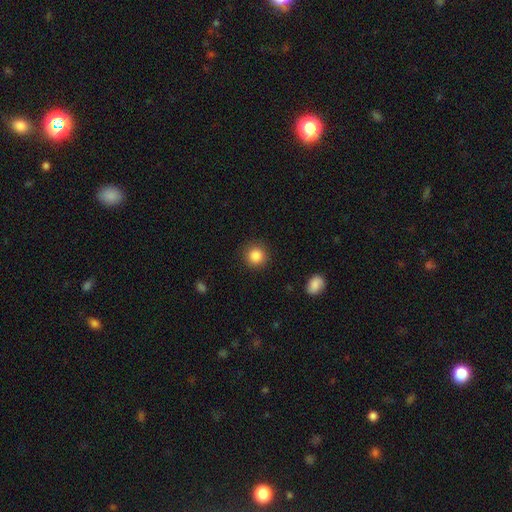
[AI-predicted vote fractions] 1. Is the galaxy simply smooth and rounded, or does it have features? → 86% smooth, 10% star or artifact, 4% featured or disk.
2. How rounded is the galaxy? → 93% round, 6% in between, 1% cigar-shaped.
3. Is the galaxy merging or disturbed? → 90% none, 7% minor disturbance, 2% major disturbance, 1% merger.